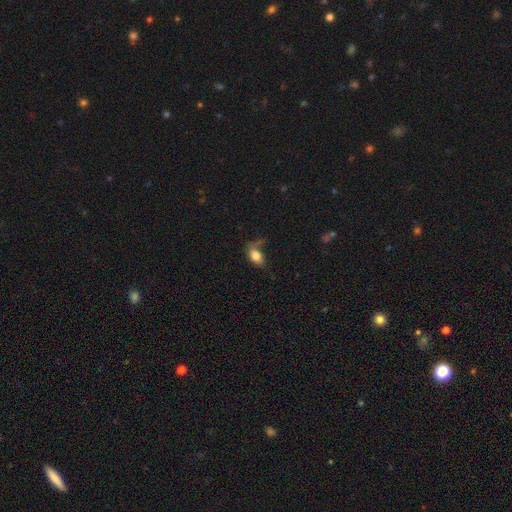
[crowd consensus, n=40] This is likely a smooth galaxy (75%). How rounded: clearly in between (83%). Merging: marginally minor disturbance (39%).